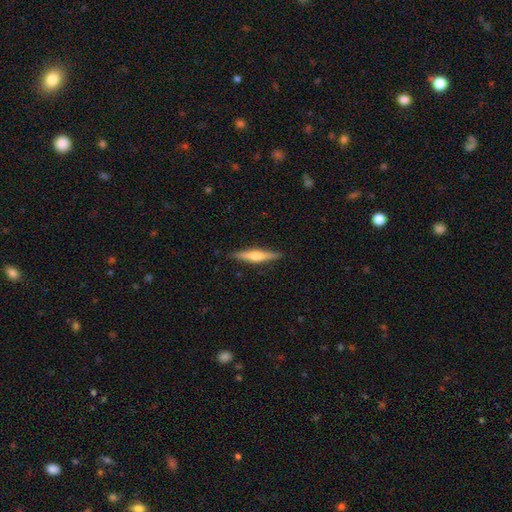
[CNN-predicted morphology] Smooth or featured? Predicted: featured or disk (p=0.54). Edge-on disk? Predicted: yes (p=0.97). Edge-on bulge? Predicted: rounded (p=0.80). Merging? Predicted: none (p=0.90).